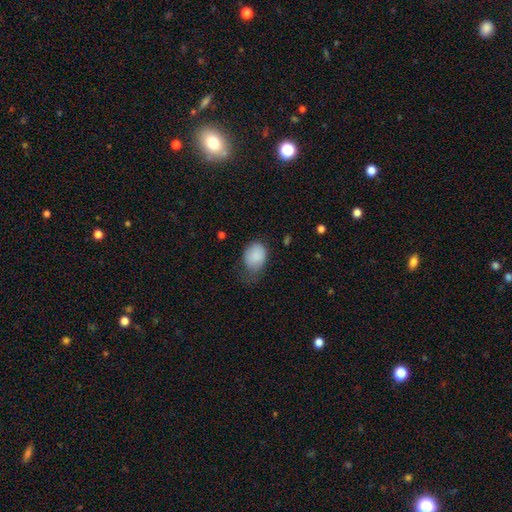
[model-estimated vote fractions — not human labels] Overall: smooth (87%). How rounded: in between (61%; round 38%). Merging: minor disturbance (41%; none 35%).